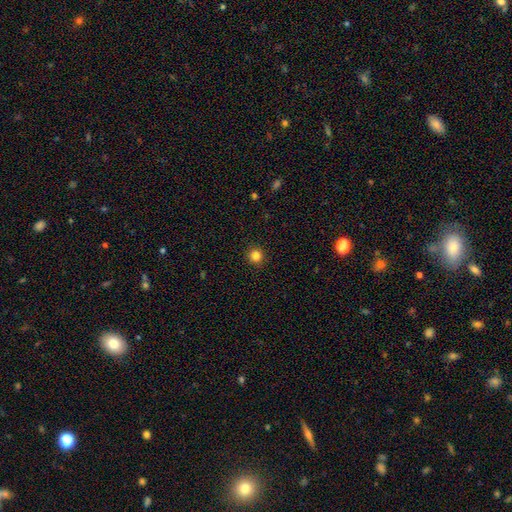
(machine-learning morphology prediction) This appears to be a smooth galaxy with no disk features (84%) that is round (94%). Merging: none (92%).